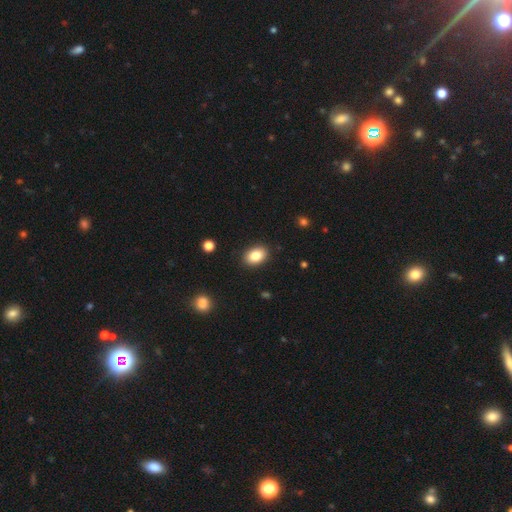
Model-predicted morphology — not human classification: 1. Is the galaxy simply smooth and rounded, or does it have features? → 85% smooth, 8% star or artifact, 6% featured or disk.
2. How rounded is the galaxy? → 83% in between, 16% round, 1% cigar-shaped.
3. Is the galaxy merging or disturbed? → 89% none, 8% minor disturbance, 2% major disturbance, 1% merger.